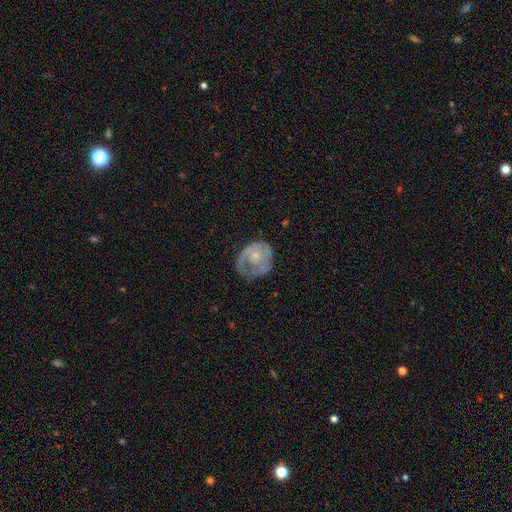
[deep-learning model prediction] This is possibly a featured or disk galaxy (52%). It is clearly not viewed edge-on (97%). Bar: clearly no (84%). Spiral arm pattern: possibly yes (60%). Central bulge: likely small (68%). Merging: marginally none (40%).